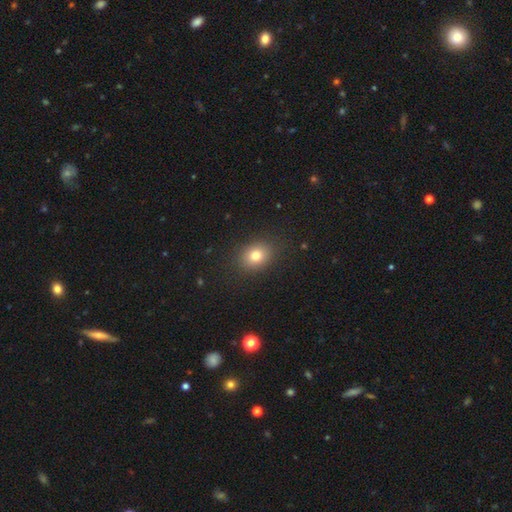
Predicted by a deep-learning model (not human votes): This is likely a smooth galaxy (78%). How rounded: possibly round (52%). Merging: clearly none (87%).